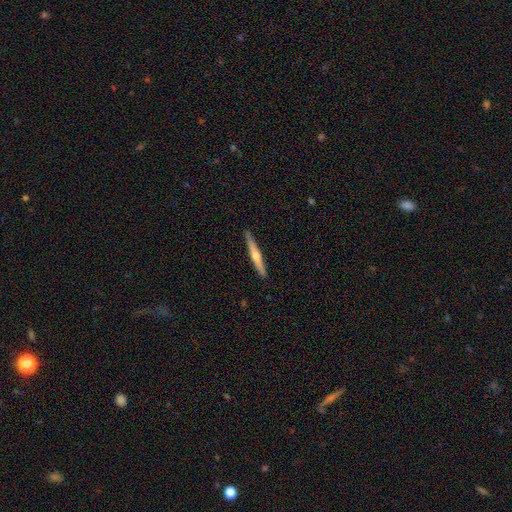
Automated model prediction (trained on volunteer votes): Smooth or featured?
  - featured or disk: 59% *
  - smooth: 35%
  - star or artifact: 5%
Edge-on disk?
  - yes: 97% *
  - no: 3%
Edge-on bulge?
  - rounded: 85% *
  - none: 12%
  - boxy: 4%
Merging?
  - none: 90% *
  - minor disturbance: 7%
  - major disturbance: 1%
  - merger: 1%